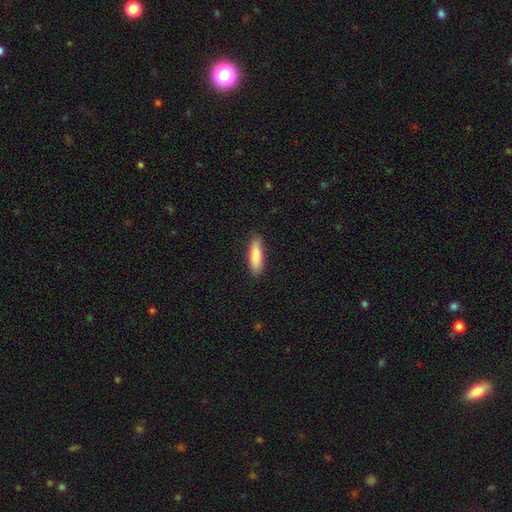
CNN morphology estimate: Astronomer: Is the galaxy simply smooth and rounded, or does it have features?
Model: smooth — 87%.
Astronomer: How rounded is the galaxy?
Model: cigar-shaped — 58% (runner-up: in between, 40%).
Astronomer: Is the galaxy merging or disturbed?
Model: none — 87%.